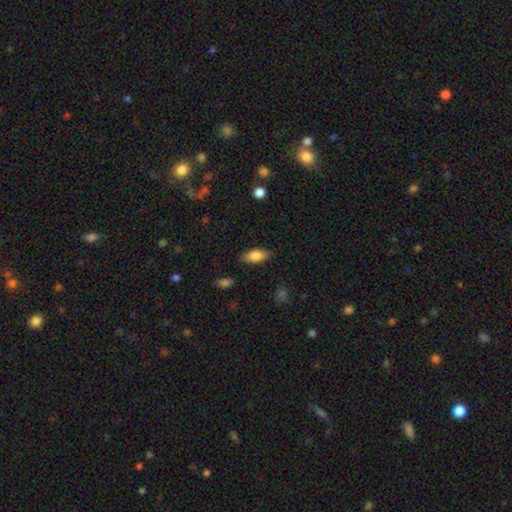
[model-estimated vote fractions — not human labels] This appears to be a smooth galaxy with no disk features (83%) that is in between round and cigar-shaped (86%). Merging: none (85%).